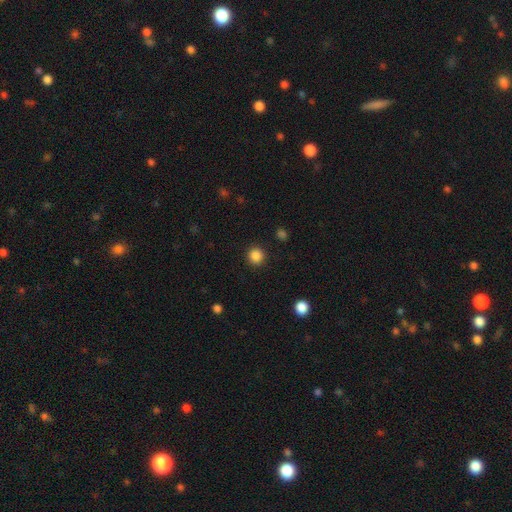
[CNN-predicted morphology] smooth 86%, star or artifact 11%, featured or disk 3%. Down the decision tree: how rounded — round (94%); merging — none (91%).